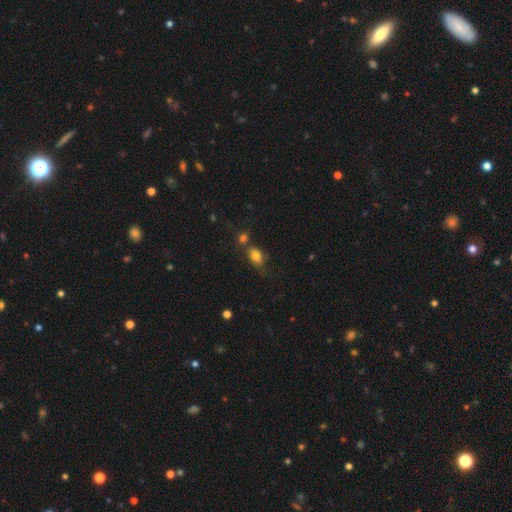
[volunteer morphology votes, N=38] A smooth galaxy with no disk features (79%) that is in between round and cigar-shaped (80%).

Vote fractions:
- Smooth or featured? smooth: 79% / featured or disk: 16% / star or artifact: 5%
- How rounded? in between: 80% / round: 13% / cigar-shaped: 7%
- Merging? none: 61% / minor disturbance: 17% / merger: 14% / major disturbance: 8%